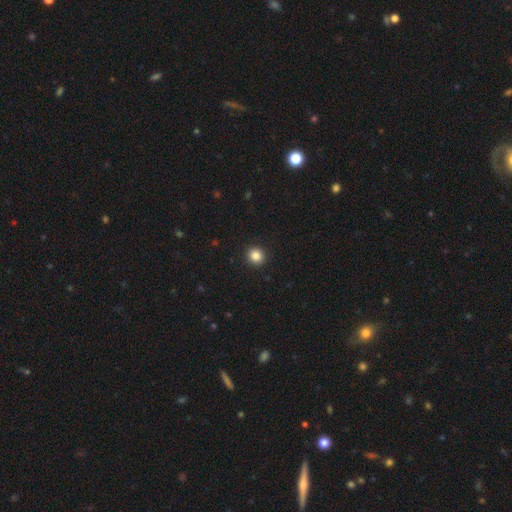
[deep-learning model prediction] A smooth galaxy with no disk features (85%) that is round (89%).

Vote fractions:
- Smooth or featured? smooth: 85% / star or artifact: 10% / featured or disk: 4%
- How rounded? round: 89% / in between: 10% / cigar-shaped: 1%
- Merging? none: 93% / minor disturbance: 5% / major disturbance: 2% / merger: 1%